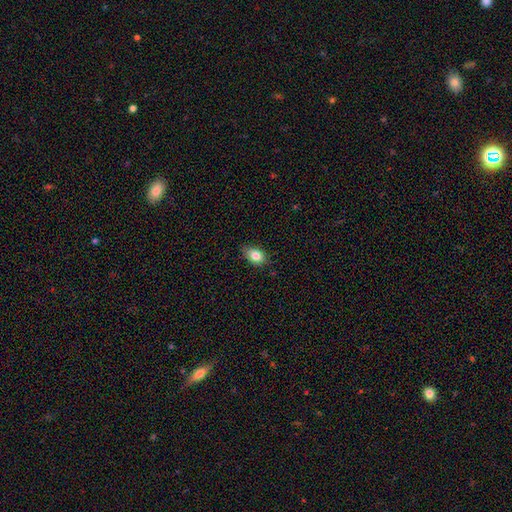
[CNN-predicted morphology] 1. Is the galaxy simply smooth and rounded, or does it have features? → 84% smooth, 8% star or artifact, 8% featured or disk.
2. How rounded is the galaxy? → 81% in between, 18% round, 2% cigar-shaped.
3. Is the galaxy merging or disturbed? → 78% none, 18% minor disturbance, 3% major disturbance, 1% merger.